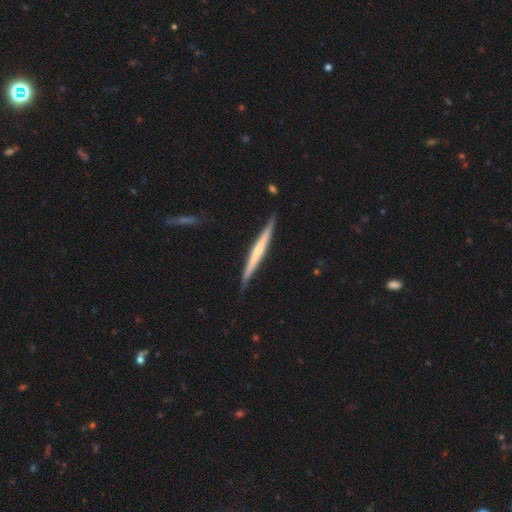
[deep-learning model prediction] Smooth or featured? featured or disk (55%)
Edge-on disk? yes (97%)
Edge-on bulge? none (68%)
Merging? none (87%)